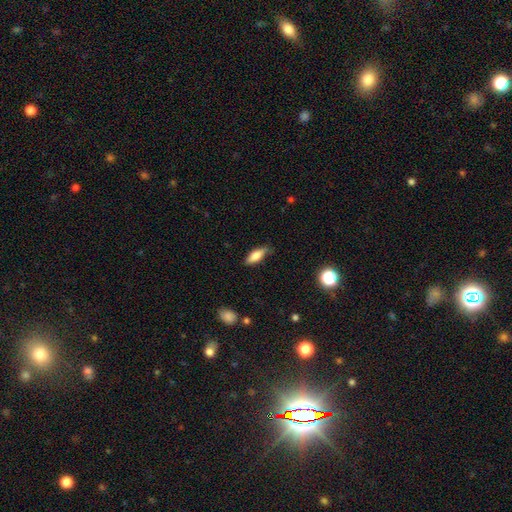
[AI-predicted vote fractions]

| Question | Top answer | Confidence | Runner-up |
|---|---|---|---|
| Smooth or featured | smooth | 70% | featured or disk (22%) |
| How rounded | in between | 61% | cigar-shaped (36%) |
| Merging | none | 78% | minor disturbance (17%) |